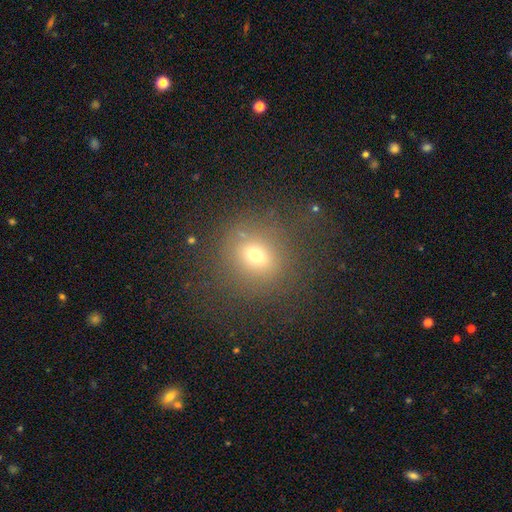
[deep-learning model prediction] smooth-or-featured: smooth: 65% | star or artifact: 20% | featured or disk: 15%
  how-rounded: round: 77% | in between: 21% | cigar-shaped: 2%
  merging: none: 76% | minor disturbance: 13% | major disturbance: 9% | merger: 3%